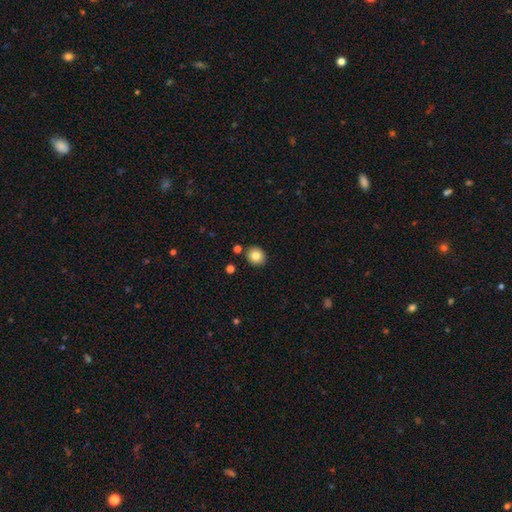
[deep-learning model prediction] smooth-or-featured: smooth: 83% | star or artifact: 9% | featured or disk: 7%
  how-rounded: round: 77% | in between: 22% | cigar-shaped: 1%
  merging: none: 88% | minor disturbance: 7% | merger: 3% | major disturbance: 2%